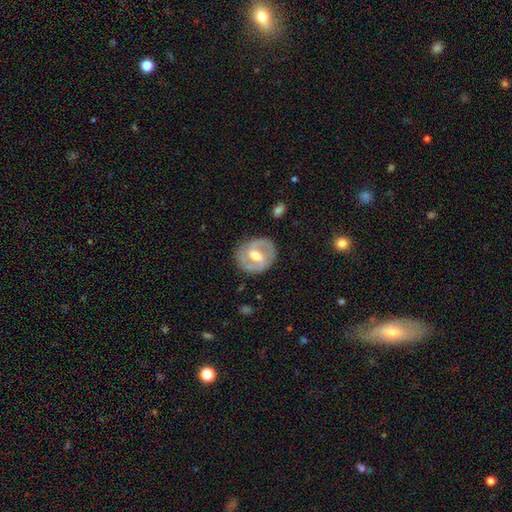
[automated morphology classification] smooth-or-featured: featured or disk: 78% | smooth: 18% | star or artifact: 5%
  disk-edge-on: no: 97% | yes: 3%
    bar: weak: 47% | strong: 35% | no: 18%
    has-spiral-arms: yes: 78% | no: 22%
      spiral-winding: medium: 47% | tight: 37% | loose: 16%
      spiral-arm-count: 2: 86% | can't tell: 8% | 1: 3% | 3: 2% | 4: 1% | more than 4: 1%
    bulge-size: moderate: 74% | small: 16% | large: 7% | none: 1% | dominant: 1%
  merging: none: 83% | minor disturbance: 11% | major disturbance: 4% | merger: 1%